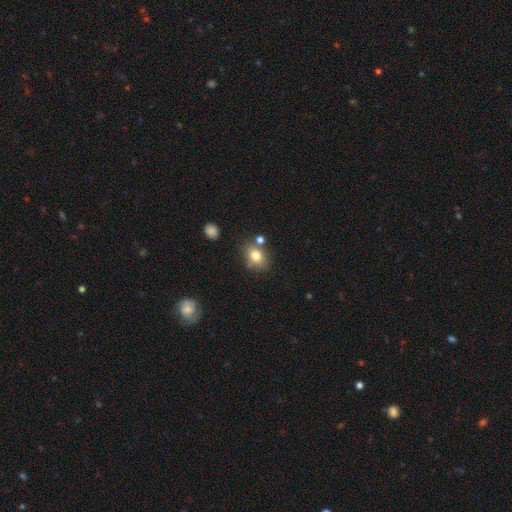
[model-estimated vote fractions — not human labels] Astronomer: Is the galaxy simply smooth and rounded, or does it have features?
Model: smooth — 78%.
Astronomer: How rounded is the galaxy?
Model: in between — 59% (runner-up: round, 39%).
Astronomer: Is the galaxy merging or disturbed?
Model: none — 70%.